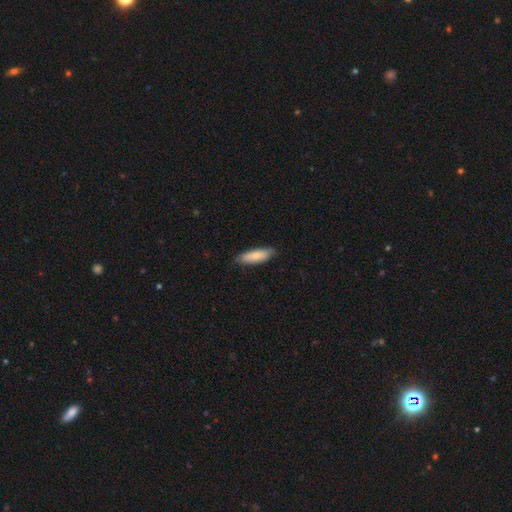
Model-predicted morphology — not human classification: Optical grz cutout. It shows a smooth galaxy with no disk features (79%) that is in between round and cigar-shaped (51%). Merging: none (84%).